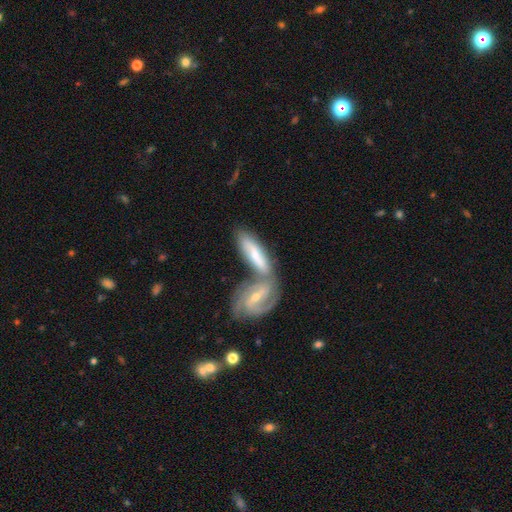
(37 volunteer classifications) smooth-or-featured: featured or disk: 62% | smooth: 35% | star or artifact: 3%
  disk-edge-on: no: 74% | yes: 26%
    bar: weak: 47% | strong: 41% | no: 12%
    has-spiral-arms: yes: 100% | no: 0%
      spiral-winding: medium: 59% | tight: 41% | loose: 0%
      spiral-arm-count: 2: 65% | 3: 24% | can't tell: 12% | 1: 0% | 4: 0% | more than 4: 0%
    bulge-size: moderate: 65% | small: 35% | dominant: 0% | large: 0% | none: 0%
  merging: merger: 72% | none: 17% | minor disturbance: 11% | major disturbance: 0%